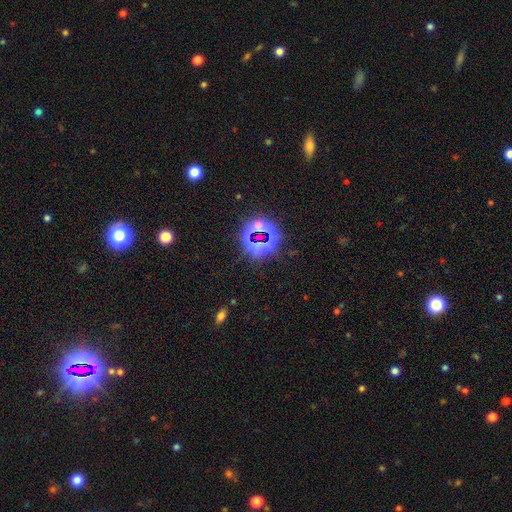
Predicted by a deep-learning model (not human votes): The model was most divided on "smooth or featured": star or artifact: 80%, smooth: 12%, featured or disk: 8%.